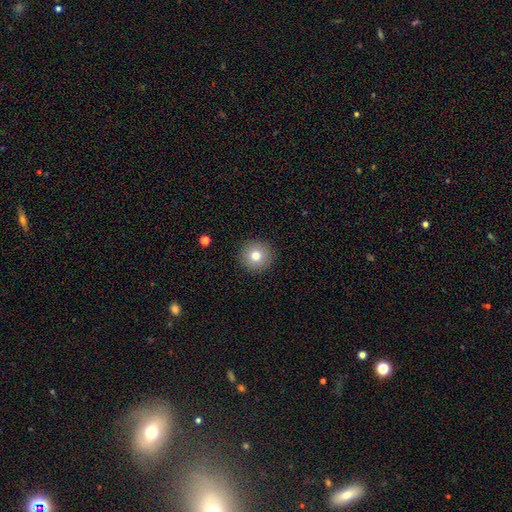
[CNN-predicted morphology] smooth 79%, star or artifact 11%, featured or disk 11%. Down the decision tree: how rounded — round (96%); merging — none (92%).